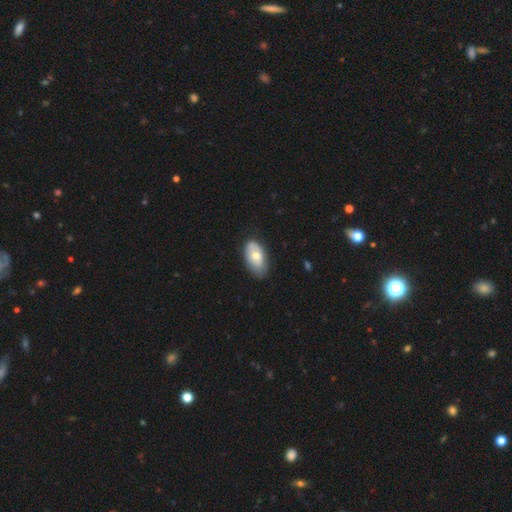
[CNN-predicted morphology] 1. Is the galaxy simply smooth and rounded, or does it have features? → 59% smooth, 36% featured or disk, 6% star or artifact.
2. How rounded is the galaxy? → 93% in between, 5% round, 2% cigar-shaped.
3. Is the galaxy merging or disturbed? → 70% none, 24% minor disturbance, 5% major disturbance, 1% merger.